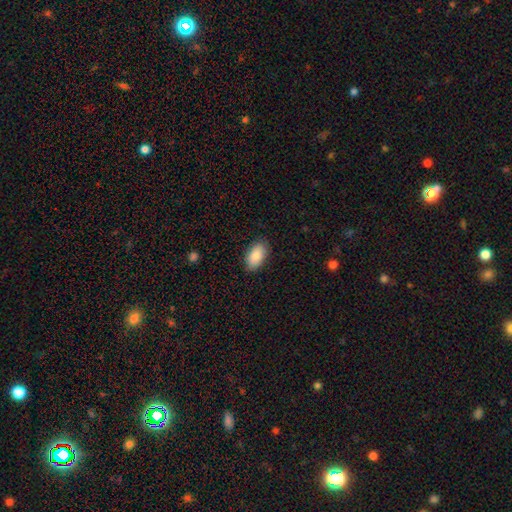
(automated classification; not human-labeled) smooth-or-featured: smooth: 89% | star or artifact: 6% | featured or disk: 5%
  how-rounded: in between: 94% | round: 3% | cigar-shaped: 2%
  merging: none: 86% | minor disturbance: 10% | major disturbance: 2% | merger: 1%